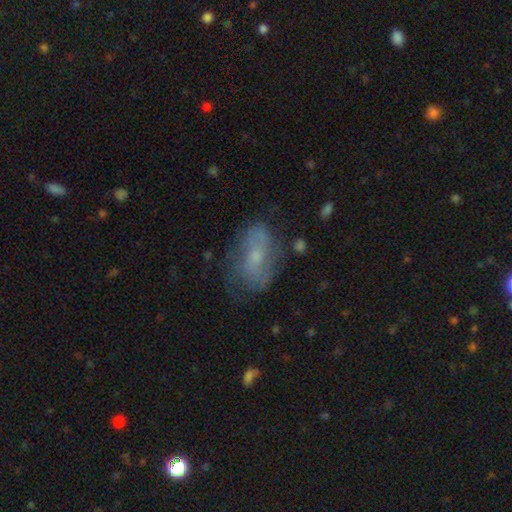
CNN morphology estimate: Smooth or featured?
  - featured or disk: 51% *
  - smooth: 40%
  - star or artifact: 10%
Edge-on disk?
  - no: 93% *
  - yes: 7%
Merging?
  - none: 61% *
  - minor disturbance: 25%
  - major disturbance: 12%
  - merger: 2%